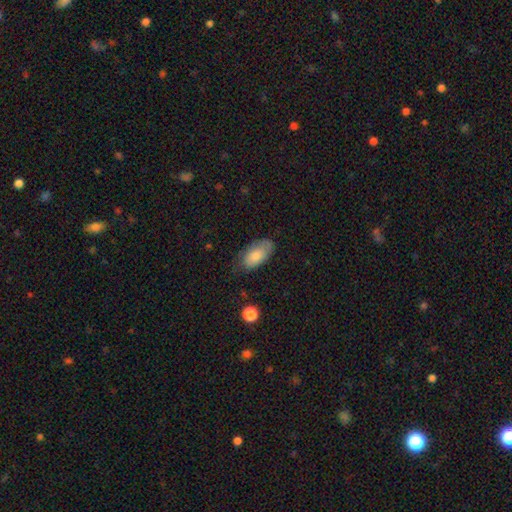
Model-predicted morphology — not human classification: A smooth galaxy with no disk features (78%) that is in between round and cigar-shaped (93%). Merging: none (65%).